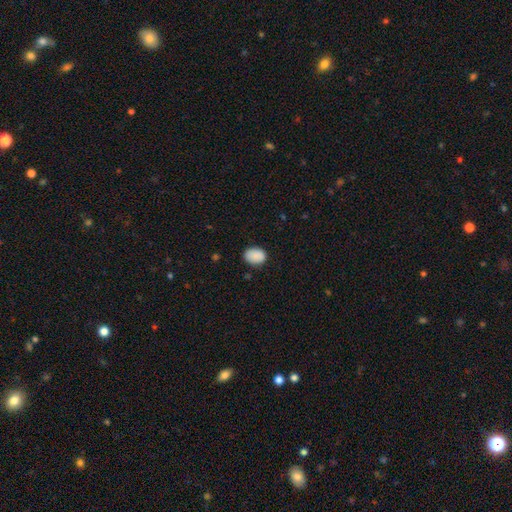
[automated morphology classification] type=smooth (89%); roundness=in between (69%); merging=none (79%).